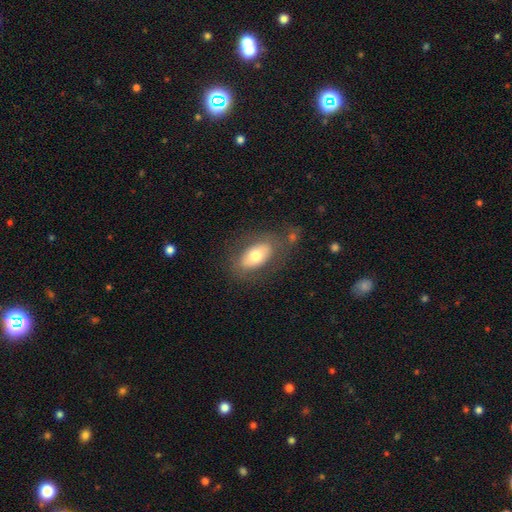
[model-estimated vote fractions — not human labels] The model was most divided on "smooth or featured": smooth: 64%, featured or disk: 29%, star or artifact: 7%. More confident: how rounded — in between (91%); merging — none (72%).